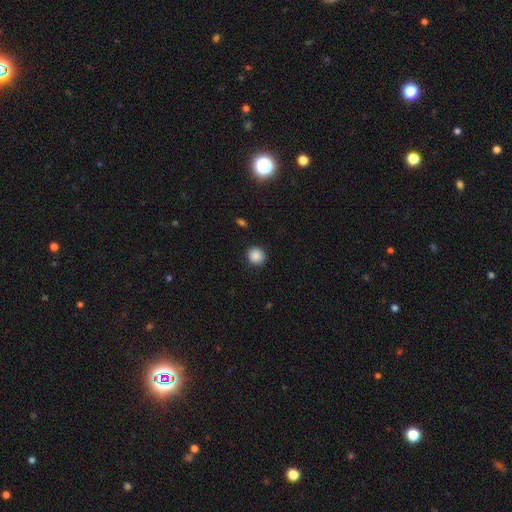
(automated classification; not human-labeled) Morphology: type=smooth (88%); roundness=round (90%); merging=none (90%).